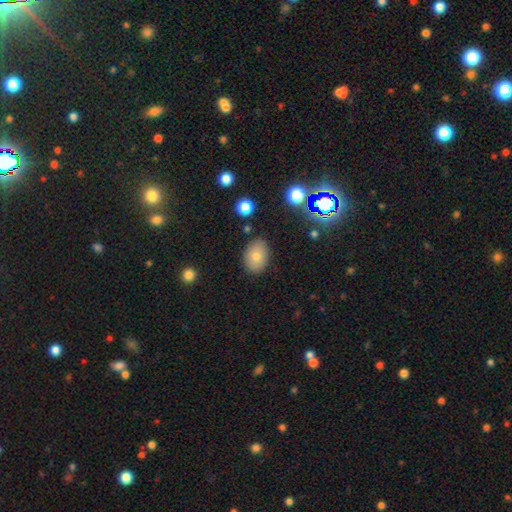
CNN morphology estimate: A smooth galaxy with no disk features (70%) that is in between round and cigar-shaped (77%). Merging: none (84%).